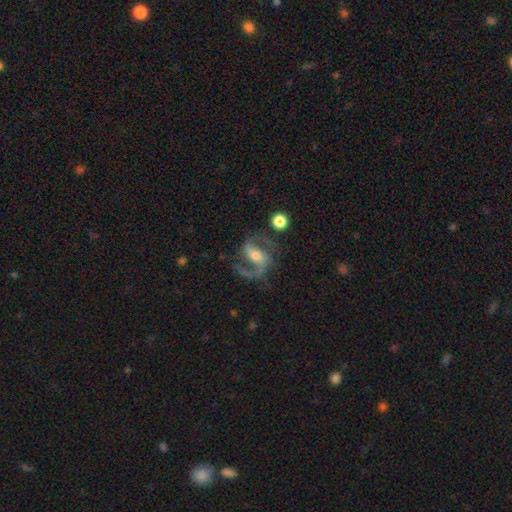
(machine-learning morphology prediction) Smooth or featured? Predicted: featured or disk (p=0.90). Edge-on disk? Predicted: no (p=0.97). Bar? Predicted: strong (p=0.40). Spiral arms? Predicted: yes (p=0.97). Spiral winding? Predicted: medium (p=0.54). Spiral arm count? Predicted: 2 (p=0.90). Bulge size? Predicted: moderate (p=0.59). Merging? Predicted: none (p=0.71).